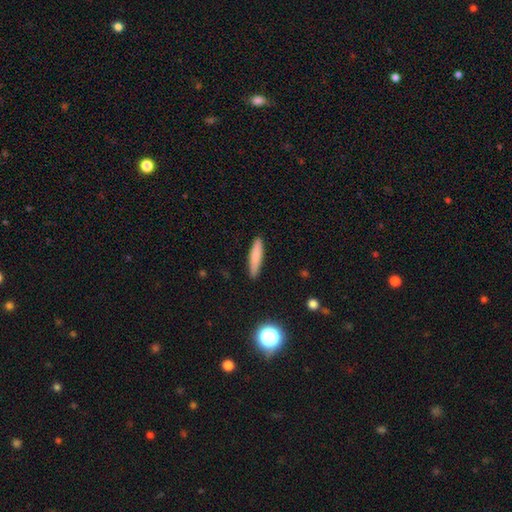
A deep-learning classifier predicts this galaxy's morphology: Q: Smooth or featured?
A: smooth (79%); runner-up: featured or disk (14%)
Q: How rounded?
A: cigar-shaped (83%); runner-up: in between (15%)
Q: Merging?
A: none (89%); runner-up: minor disturbance (9%)